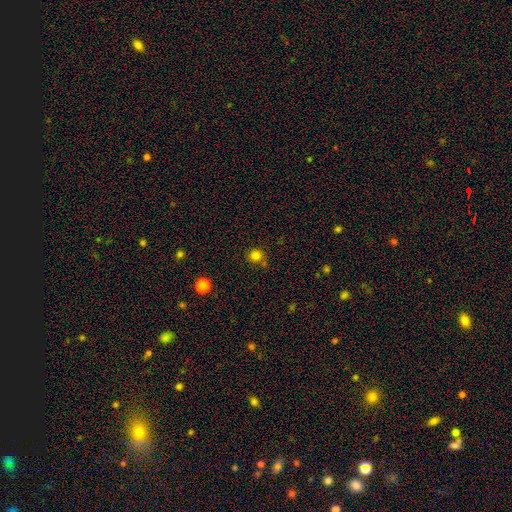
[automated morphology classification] smooth-or-featured: smooth: 80% | star or artifact: 15% | featured or disk: 5%
  how-rounded: round: 91% | in between: 8% | cigar-shaped: 1%
  merging: none: 73% | minor disturbance: 13% | merger: 10% | major disturbance: 4%